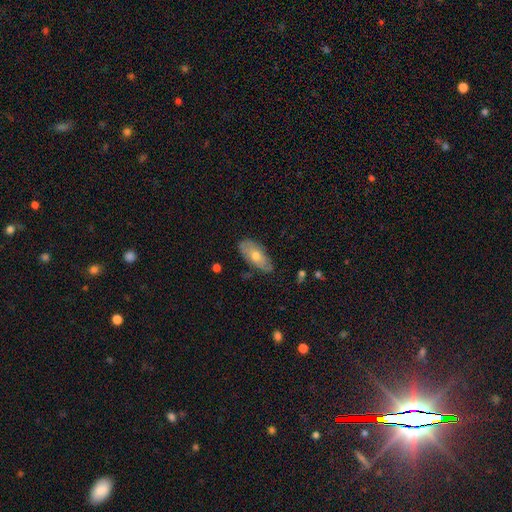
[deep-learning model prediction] Smooth or featured?
  - smooth: 56% *
  - featured or disk: 37%
  - star or artifact: 7%
How rounded?
  - in between: 85% *
  - cigar-shaped: 12%
  - round: 3%
Merging?
  - none: 77% *
  - minor disturbance: 18%
  - major disturbance: 3%
  - merger: 2%